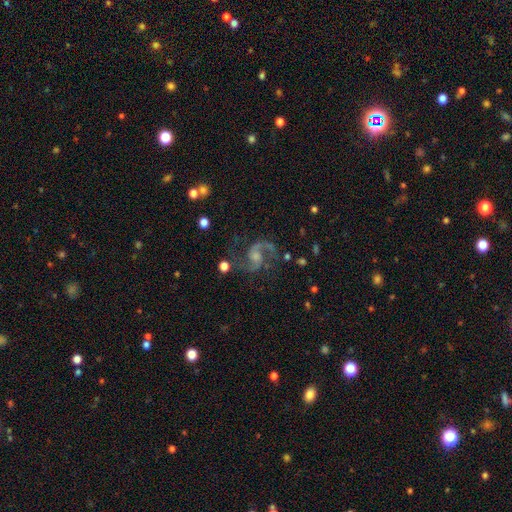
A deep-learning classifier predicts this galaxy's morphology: This is clearly a featured or disk galaxy (90%). It is clearly not viewed edge-on (98%). Bar: possibly no (48%). Spiral arm pattern: clearly yes (98%). Spiral arm count: clearly 2 (93%). Spiral winding: possibly medium (58%). Central bulge: marginally small (39%). Merging: likely none (75%).